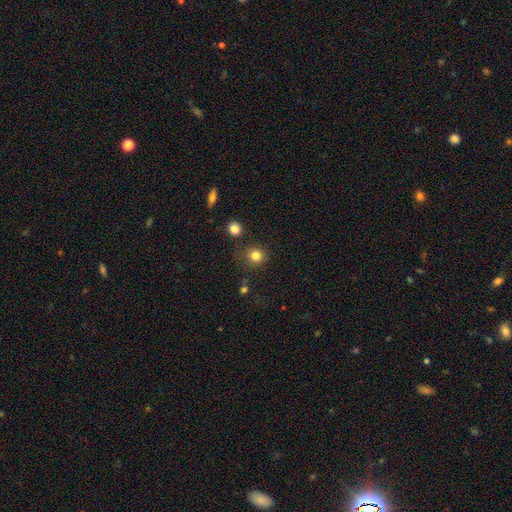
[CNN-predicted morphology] Overall: smooth (82%). How rounded: round (90%). Merging: none (80%).